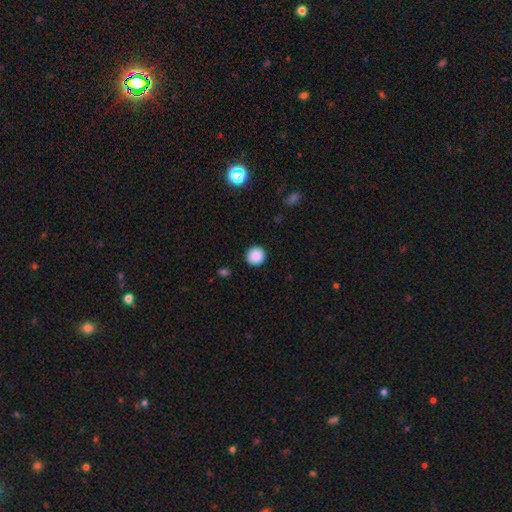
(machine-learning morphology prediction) Overall: smooth (89%). How rounded: round (95%). Merging: none (92%).